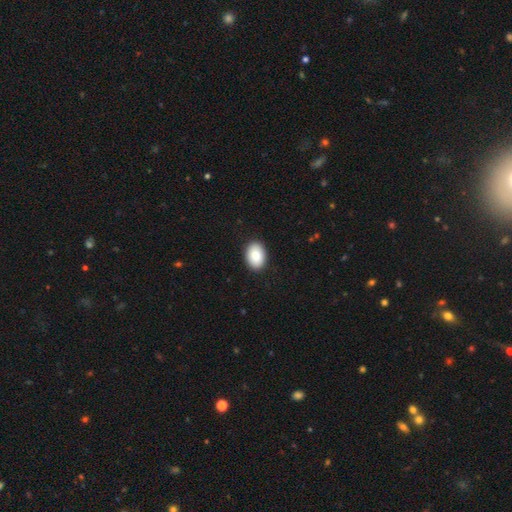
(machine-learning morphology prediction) smooth-or-featured: smooth: 88% | star or artifact: 6% | featured or disk: 5%
  how-rounded: in between: 86% | round: 13% | cigar-shaped: 1%
  merging: none: 91% | minor disturbance: 7% | major disturbance: 2% | merger: 1%